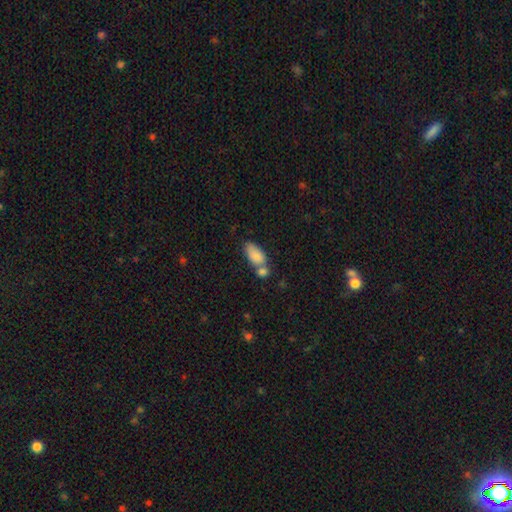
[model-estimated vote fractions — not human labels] Q: Smooth or featured?
A: smooth (85%); runner-up: featured or disk (8%)
Q: How rounded?
A: in between (90%); runner-up: cigar-shaped (6%)
Q: Merging?
A: merger (42%); runner-up: none (38%)